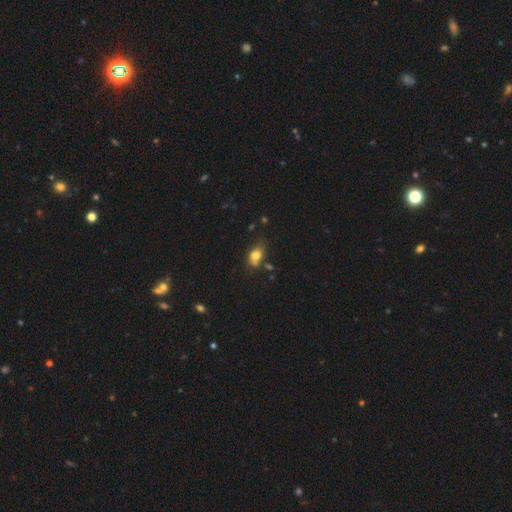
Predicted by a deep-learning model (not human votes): Smooth or featured? smooth (77%)
How rounded? in between (73%)
Merging? none (54%)